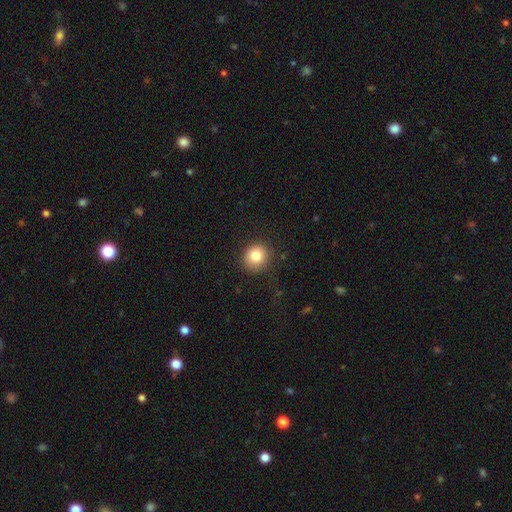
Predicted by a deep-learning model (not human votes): The model was most divided on "smooth or featured": smooth: 82%, star or artifact: 10%, featured or disk: 7%. More confident: merging — none (88%); how rounded — round (86%).